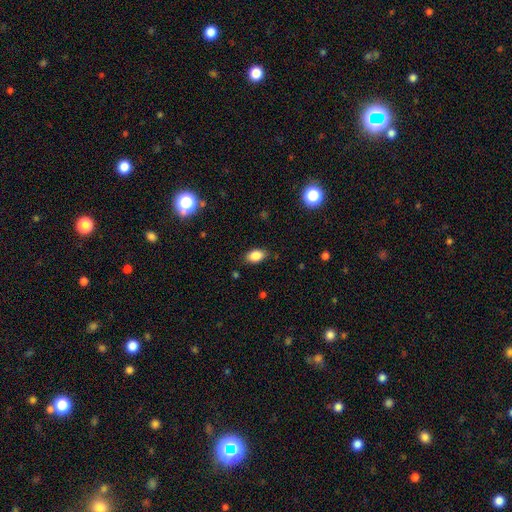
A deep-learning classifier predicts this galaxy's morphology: smooth_or_featured: smooth (p=0.86) [alt: star or artifact p=0.09]
how_rounded: in between (p=0.89) [alt: round p=0.09]
merging: none (p=0.84) [alt: minor disturbance p=0.12]